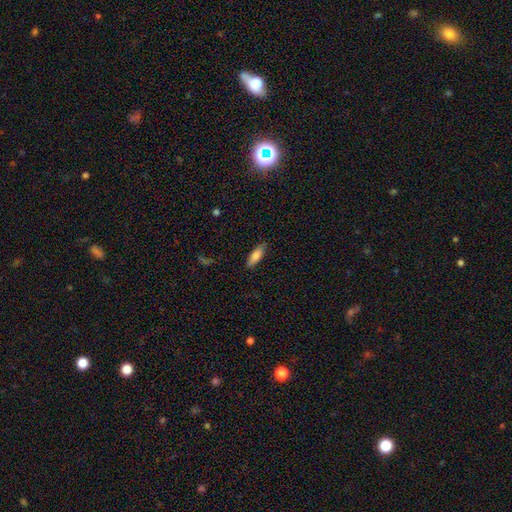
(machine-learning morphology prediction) smooth-or-featured: smooth: 80% | featured or disk: 13% | star or artifact: 7%
  how-rounded: in between: 58% | cigar-shaped: 41% | round: 2%
  merging: none: 85% | minor disturbance: 11% | major disturbance: 2% | merger: 1%